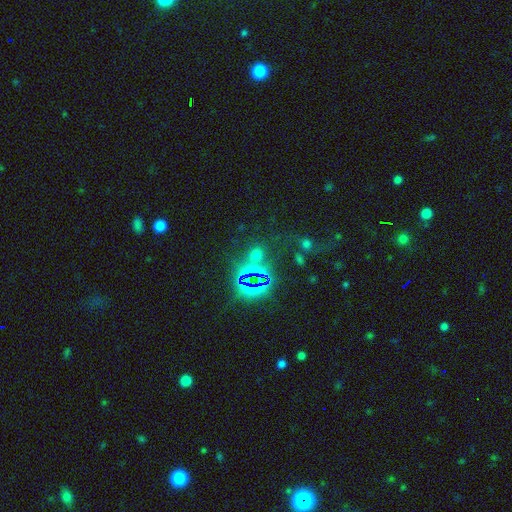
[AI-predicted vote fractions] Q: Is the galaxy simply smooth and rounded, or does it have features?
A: star or artifact — 53%.